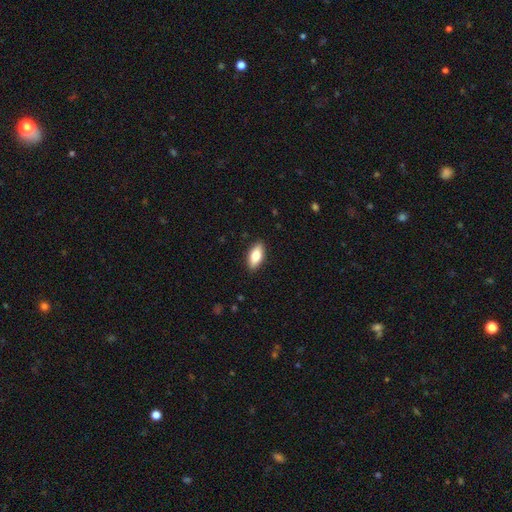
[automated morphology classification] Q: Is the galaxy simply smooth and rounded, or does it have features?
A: smooth — 78%.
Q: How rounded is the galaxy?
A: in between — 85%.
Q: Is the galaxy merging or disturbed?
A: none — 88%.